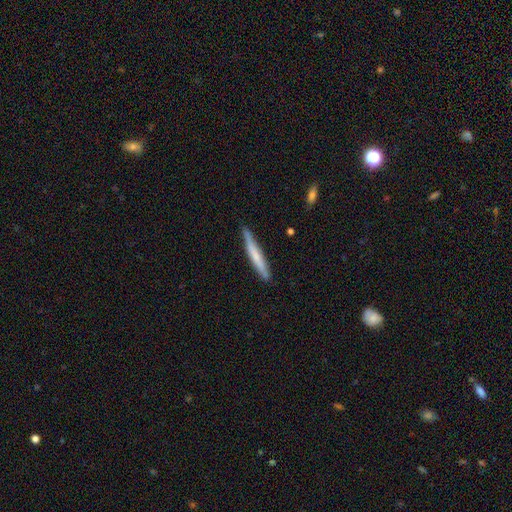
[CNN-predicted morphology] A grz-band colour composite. It shows a smooth galaxy with no disk features (55%) that is cigar-shaped (96%). Merging: none (84%).